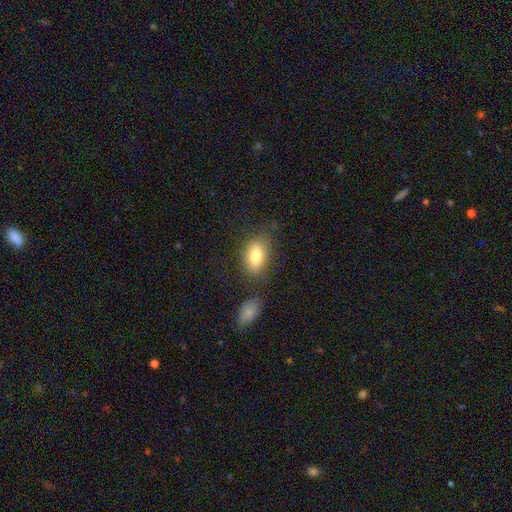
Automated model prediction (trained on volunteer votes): The model was most divided on "merging": none: 71%, minor disturbance: 16%, merger: 7%, major disturbance: 5%. More confident: how rounded — in between (88%); smooth or featured — smooth (80%).